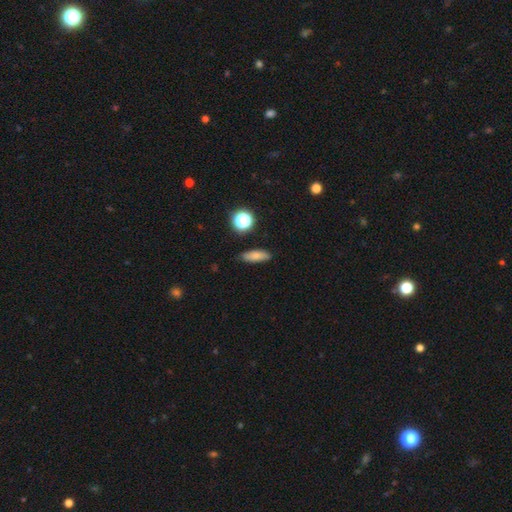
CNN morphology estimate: type=smooth (77%); roundness=in between (55%); merging=none (84%).